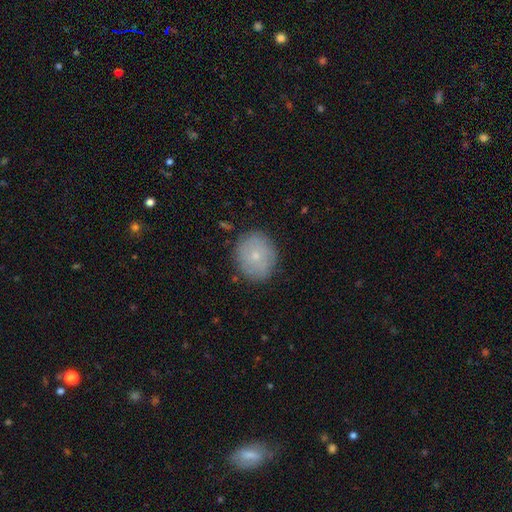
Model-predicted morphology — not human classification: Overall: smooth (62%; featured or disk 29%). How rounded: round (77%). Merging: none (84%).